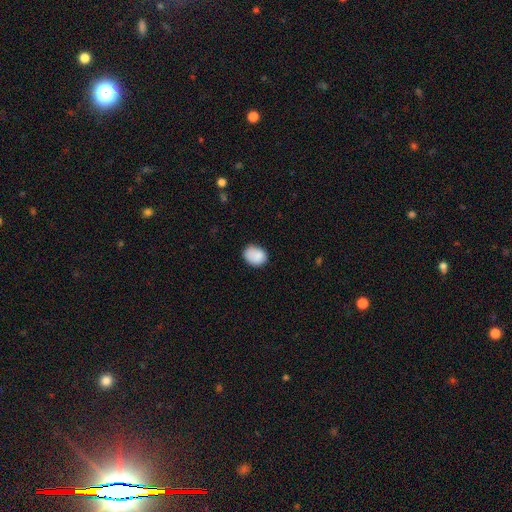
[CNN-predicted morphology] smooth_or_featured: smooth (p=0.86) [alt: star or artifact p=0.08]
how_rounded: in between (p=0.61) [alt: round p=0.38]
merging: none (p=0.70) [alt: minor disturbance p=0.23]